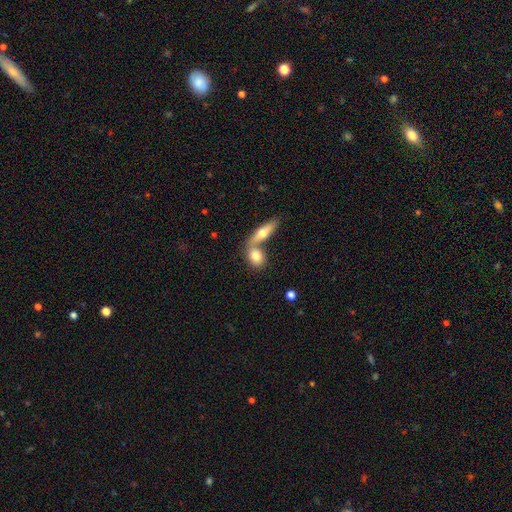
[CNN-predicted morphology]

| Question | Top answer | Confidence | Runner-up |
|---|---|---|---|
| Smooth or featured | smooth | 75% | featured or disk (18%) |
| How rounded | in between | 63% | round (27%) |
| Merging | merger | 52% | none (38%) |